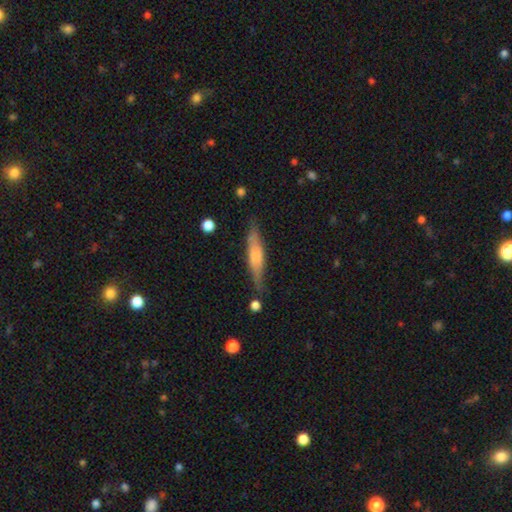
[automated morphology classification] This is possibly a smooth galaxy (52%). How rounded: likely cigar-shaped (80%). Merging: likely none (75%).